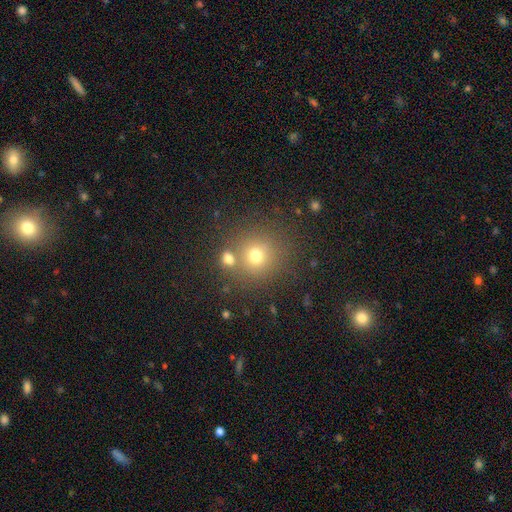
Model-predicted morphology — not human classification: A smooth galaxy with no disk features (71%) that is round (88%).

Vote fractions:
- Smooth or featured? smooth: 71% / star or artifact: 18% / featured or disk: 11%
- How rounded? round: 88% / in between: 11% / cigar-shaped: 1%
- Merging? none: 70% / merger: 16% / minor disturbance: 9% / major disturbance: 4%